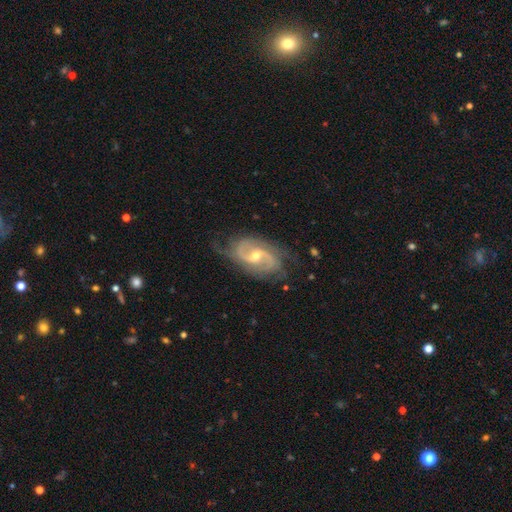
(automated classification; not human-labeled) Overall: featured or disk (89%). Edge-on disk: no (97%). Bar: weak (46%; no 37%). Spiral arms: yes (97%). Spiral arm count: 2 (81%). Spiral winding: medium (49%; tight 26%). Bulge size: moderate (51%; small 45%). Merging: none (71%).